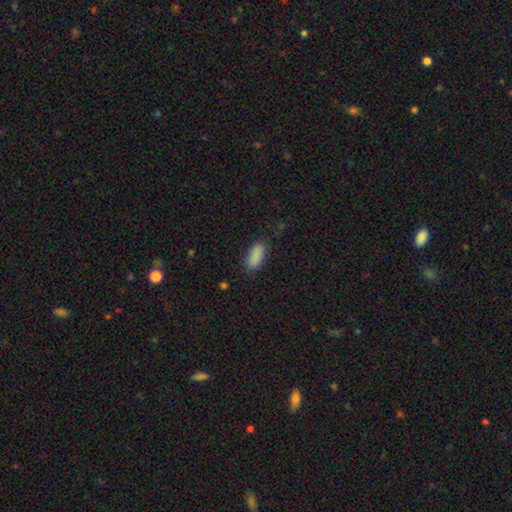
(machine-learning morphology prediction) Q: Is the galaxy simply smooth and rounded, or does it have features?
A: smooth — 88%.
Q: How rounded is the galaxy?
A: in between — 83%.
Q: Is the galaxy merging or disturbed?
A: none — 82%.